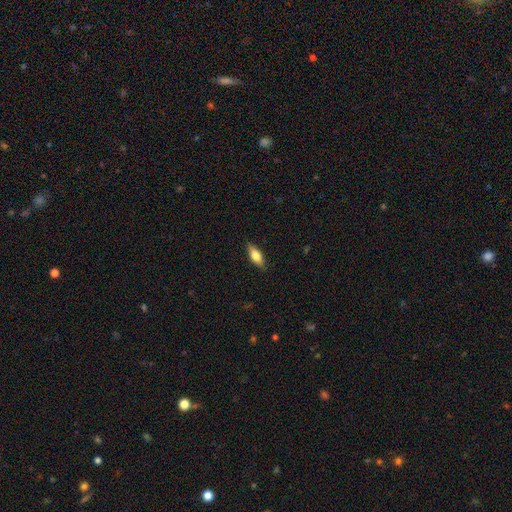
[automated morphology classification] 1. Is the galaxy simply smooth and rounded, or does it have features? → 70% smooth, 23% featured or disk, 6% star or artifact.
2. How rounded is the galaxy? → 71% in between, 26% cigar-shaped, 3% round.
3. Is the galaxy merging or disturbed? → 86% none, 11% minor disturbance, 2% major disturbance, 1% merger.